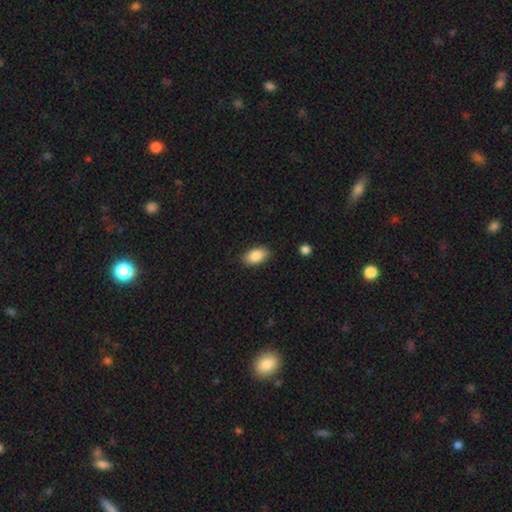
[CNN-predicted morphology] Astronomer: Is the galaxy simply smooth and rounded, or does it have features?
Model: smooth — 86%.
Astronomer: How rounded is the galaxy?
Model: in between — 92%.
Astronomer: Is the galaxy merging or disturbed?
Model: none — 85%.